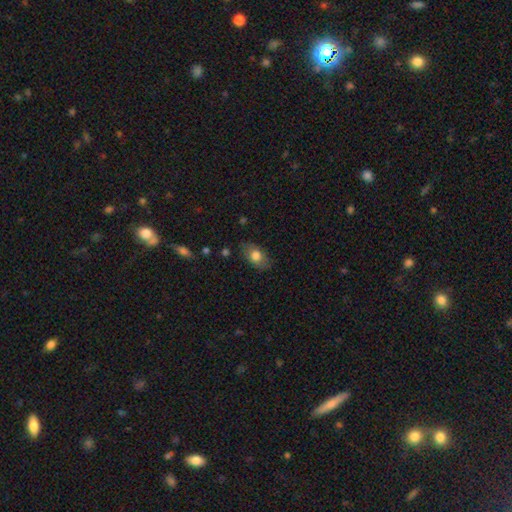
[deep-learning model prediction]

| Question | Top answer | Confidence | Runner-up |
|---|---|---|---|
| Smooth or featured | smooth | 75% | featured or disk (17%) |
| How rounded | in between | 87% | round (11%) |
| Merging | none | 78% | minor disturbance (16%) |